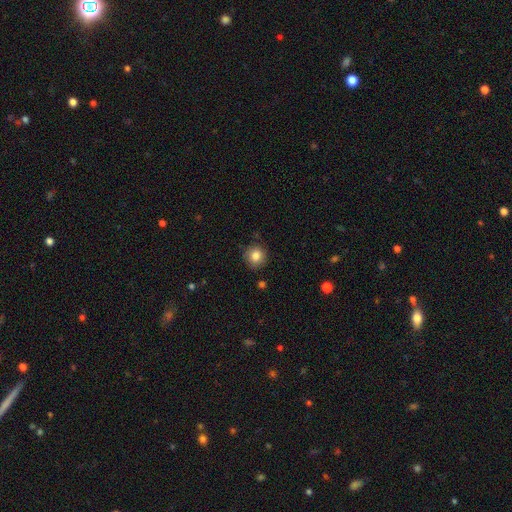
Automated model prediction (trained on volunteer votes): The model was most divided on "smooth or featured": smooth: 83%, star or artifact: 10%, featured or disk: 7%. More confident: how rounded — round (93%); merging — none (88%).